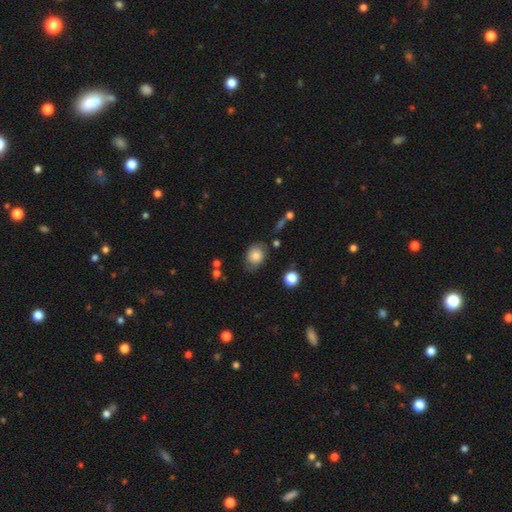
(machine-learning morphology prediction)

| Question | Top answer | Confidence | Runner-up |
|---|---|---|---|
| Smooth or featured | smooth | 78% | featured or disk (13%) |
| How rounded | in between | 58% | round (41%) |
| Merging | none | 65% | minor disturbance (24%) |